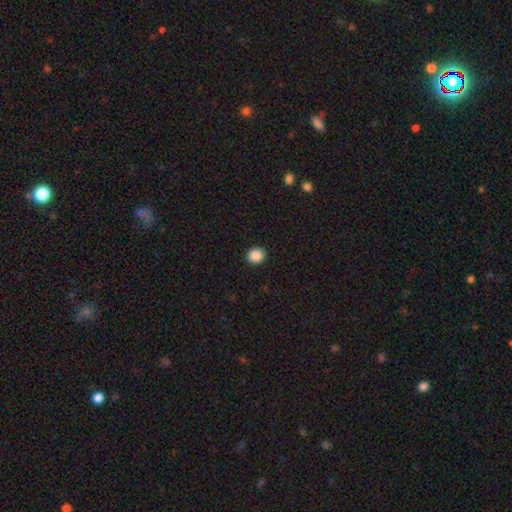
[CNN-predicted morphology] Overall: smooth (88%). How rounded: round (77%). Merging: none (92%).